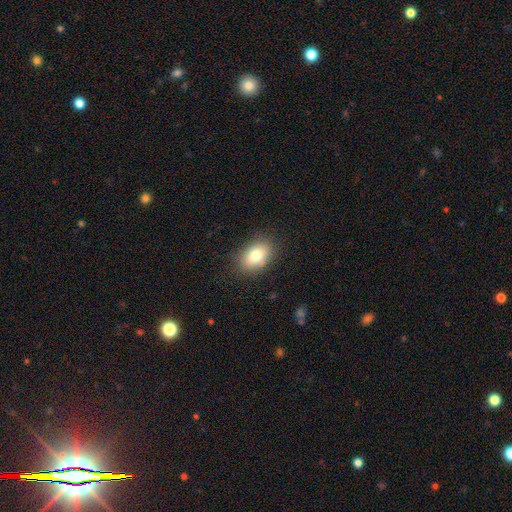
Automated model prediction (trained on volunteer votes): The model was most divided on "smooth or featured": smooth: 79%, featured or disk: 12%, star or artifact: 9%. More confident: how rounded — in between (85%); merging — none (84%).